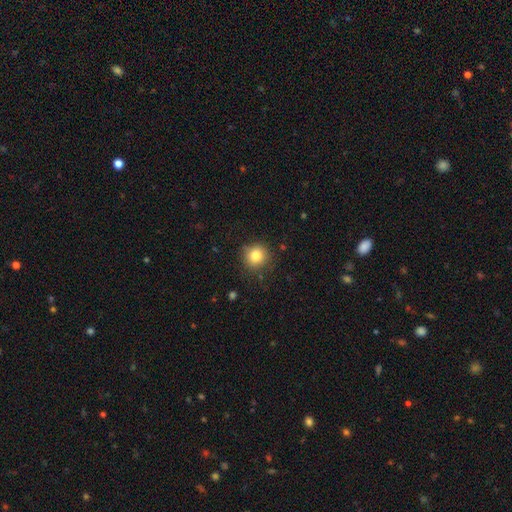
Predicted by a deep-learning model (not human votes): This is clearly a smooth galaxy (82%). How rounded: clearly round (92%). Merging: clearly none (85%).